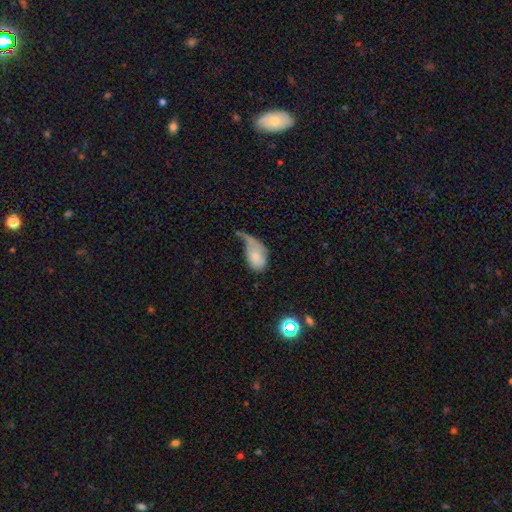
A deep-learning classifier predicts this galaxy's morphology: Overall: smooth (67%). How rounded: in between (88%). Merging: major disturbance (51%; minor disturbance 22%).